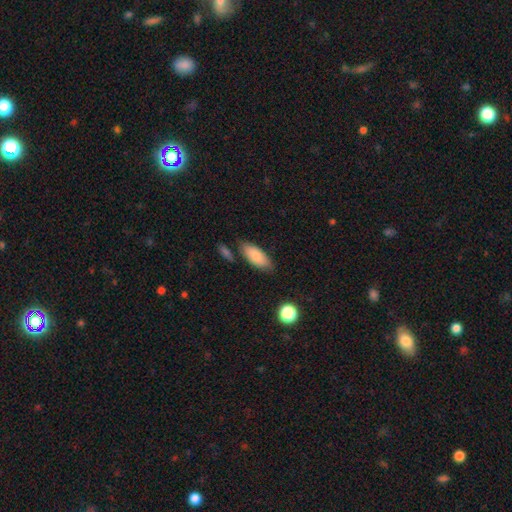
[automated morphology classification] The model was most divided on "merging": none: 75%, minor disturbance: 16%, merger: 6%, major disturbance: 3%. More confident: how rounded — in between (84%); smooth or featured — smooth (83%).